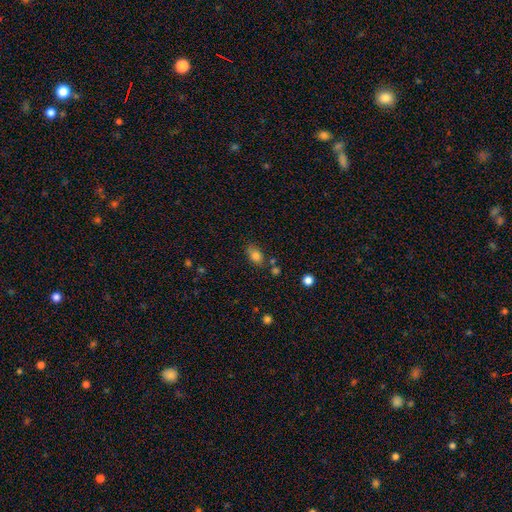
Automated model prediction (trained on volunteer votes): A smooth galaxy with no disk features (81%) that is in between round and cigar-shaped (77%). Merging: none (68%).